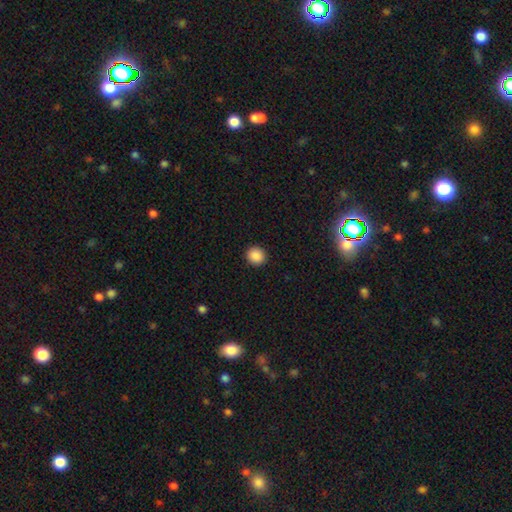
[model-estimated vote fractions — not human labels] smooth 88%, star or artifact 9%, featured or disk 3%. Down the decision tree: how rounded — round (89%); merging — none (93%).